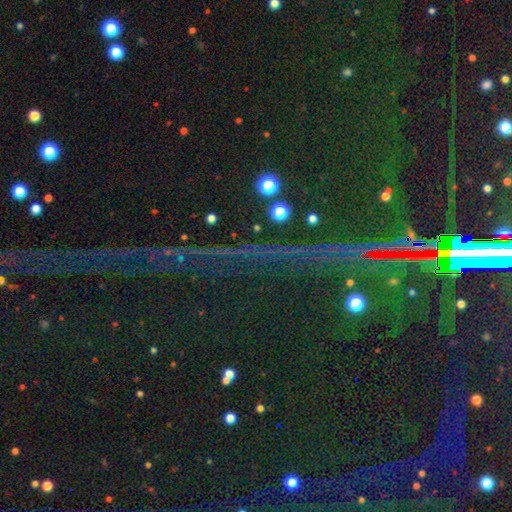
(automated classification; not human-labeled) star or artifact 81%, smooth 9%, featured or disk 9%.